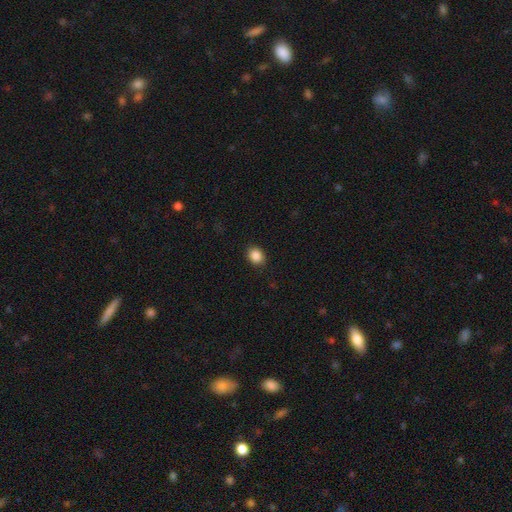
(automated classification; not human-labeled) Overall: smooth (88%). How rounded: in between (53%; round 46%). Merging: none (90%).